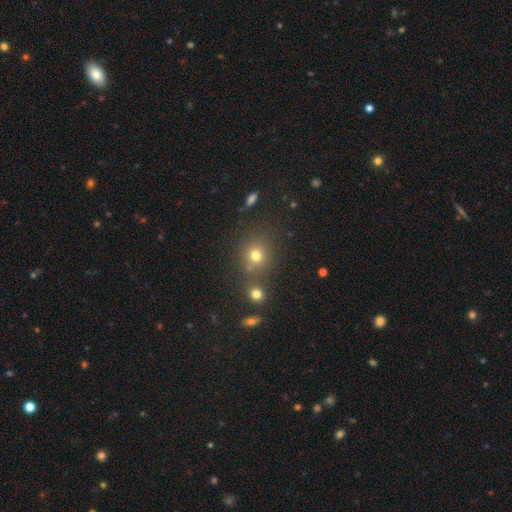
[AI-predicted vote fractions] This appears to be a smooth galaxy with no disk features (72%) that is round (83%). Merging: none (71%).